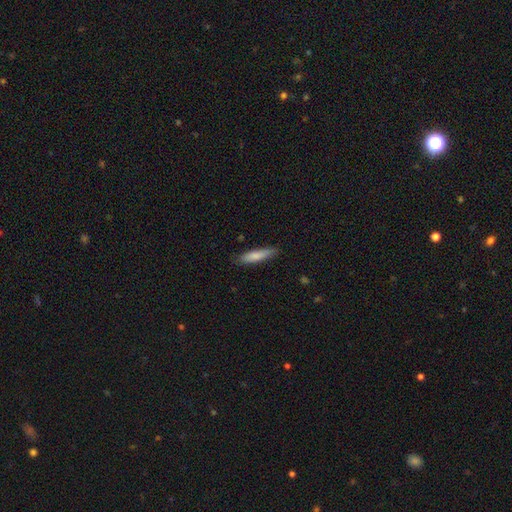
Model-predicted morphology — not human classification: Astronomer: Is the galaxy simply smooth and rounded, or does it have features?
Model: smooth — 78%.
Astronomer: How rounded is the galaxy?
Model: cigar-shaped — 81%.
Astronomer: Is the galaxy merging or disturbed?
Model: none — 83%.